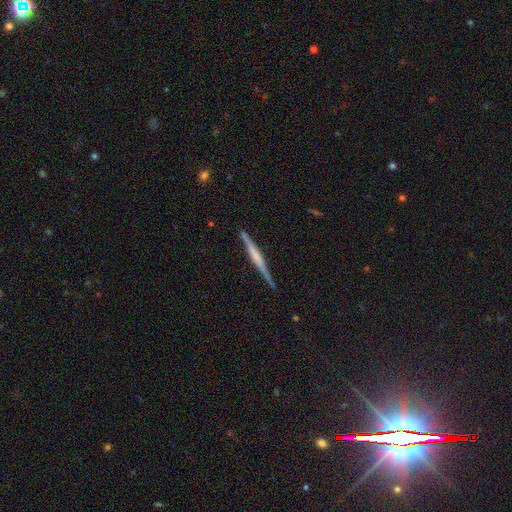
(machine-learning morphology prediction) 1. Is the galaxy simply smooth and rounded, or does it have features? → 68% featured or disk, 27% smooth, 6% star or artifact.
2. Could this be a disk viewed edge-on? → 98% yes, 2% no.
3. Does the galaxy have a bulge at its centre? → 38% none, 36% boxy, 26% rounded.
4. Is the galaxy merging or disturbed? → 86% none, 11% minor disturbance, 2% major disturbance, 2% merger.